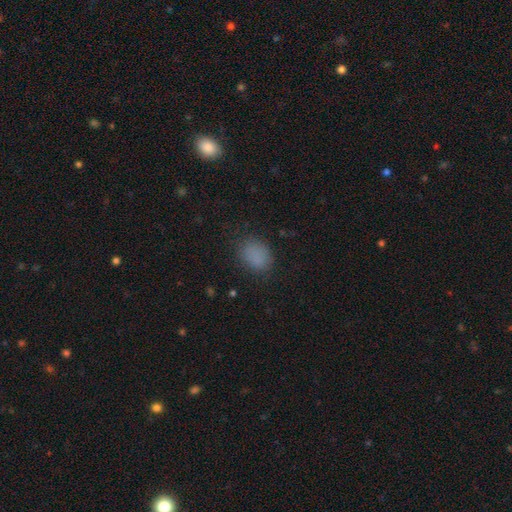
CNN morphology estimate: smooth 82%, star or artifact 13%, featured or disk 5%. Down the decision tree: how rounded — in between (62%); merging — none (79%).